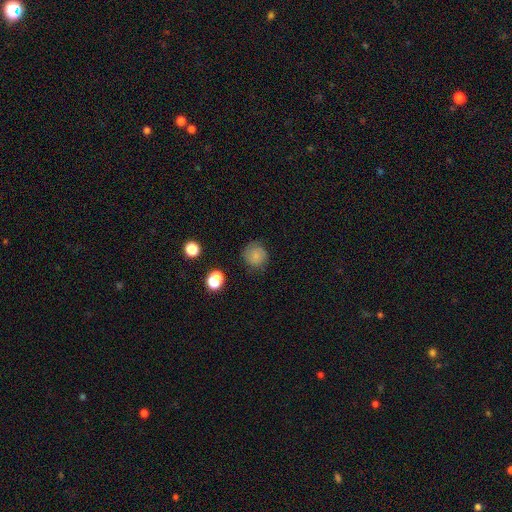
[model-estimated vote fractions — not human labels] This appears to be a smooth galaxy with no disk features (73%) that is round (89%). Merging: none (76%).